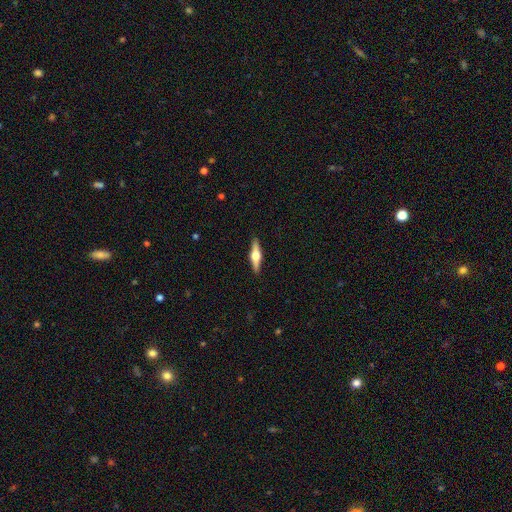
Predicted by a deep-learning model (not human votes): Smooth or featured? featured or disk (70%)
Edge-on disk? yes (97%)
Edge-on bulge? rounded (95%)
Merging? none (91%)